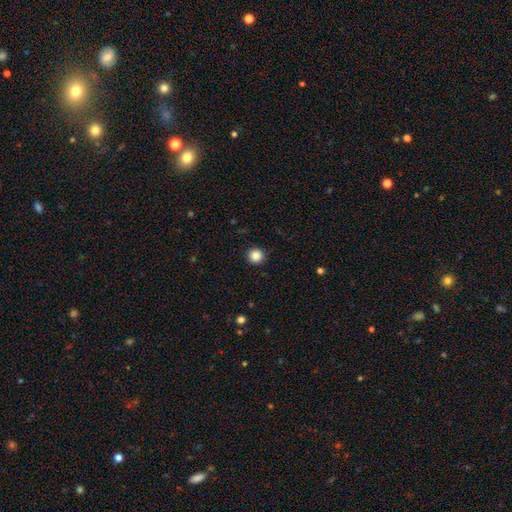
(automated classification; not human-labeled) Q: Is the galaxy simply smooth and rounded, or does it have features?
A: smooth — 86%.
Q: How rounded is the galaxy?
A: round — 95%.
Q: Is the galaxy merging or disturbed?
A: none — 92%.